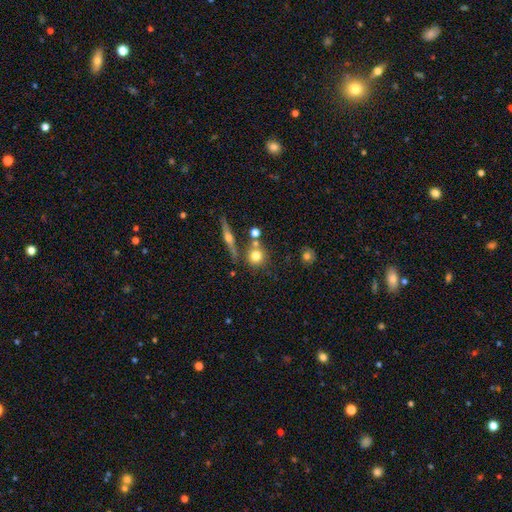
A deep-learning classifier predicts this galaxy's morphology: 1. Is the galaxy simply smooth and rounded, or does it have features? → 72% smooth, 17% featured or disk, 11% star or artifact.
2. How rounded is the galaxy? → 88% round, 10% in between, 3% cigar-shaped.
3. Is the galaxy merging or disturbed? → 66% none, 19% merger, 11% minor disturbance, 4% major disturbance.